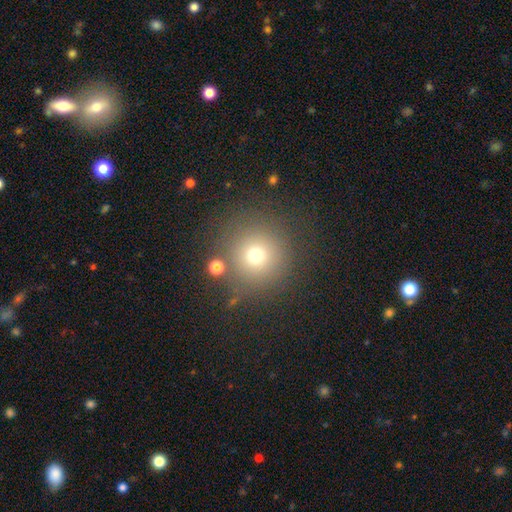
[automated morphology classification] Smooth or featured? smooth (70%)
How rounded? round (95%)
Merging? none (81%)